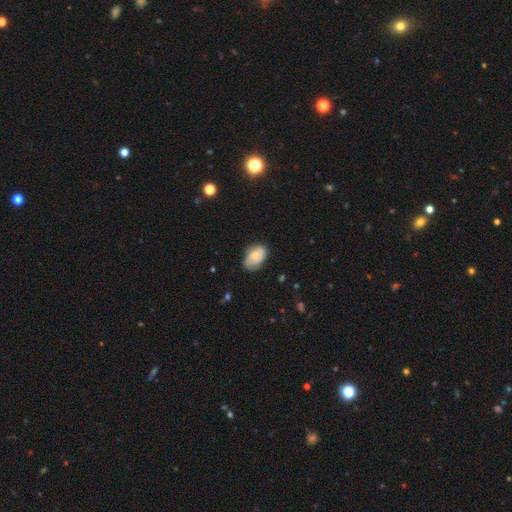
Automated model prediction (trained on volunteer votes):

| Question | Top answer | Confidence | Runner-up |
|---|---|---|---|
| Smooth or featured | smooth | 62% | featured or disk (30%) |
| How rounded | in between | 89% | round (10%) |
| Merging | none | 67% | minor disturbance (26%) |